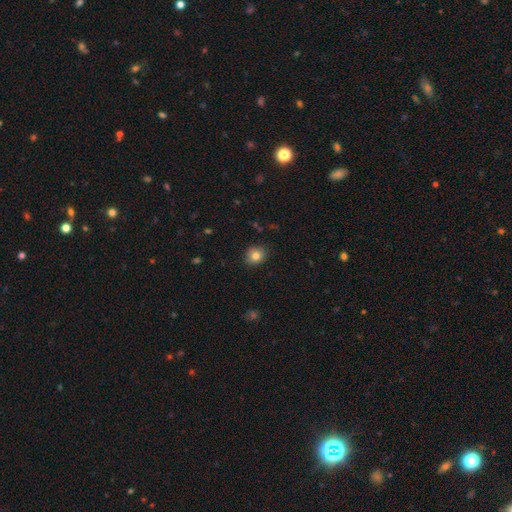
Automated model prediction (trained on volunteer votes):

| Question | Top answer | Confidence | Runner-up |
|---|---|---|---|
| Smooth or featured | smooth | 82% | star or artifact (11%) |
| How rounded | round | 78% | in between (22%) |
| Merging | none | 87% | minor disturbance (10%) |